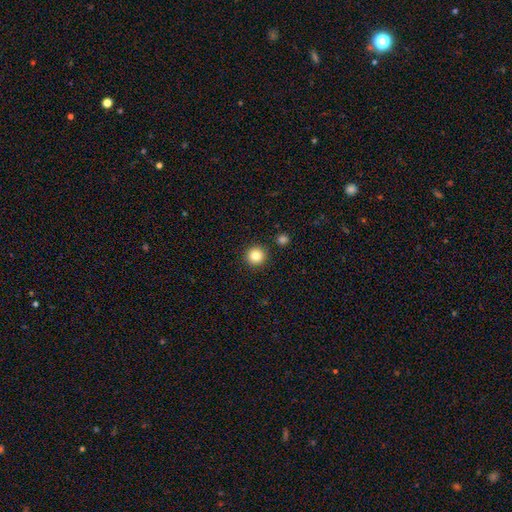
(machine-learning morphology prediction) This is clearly a smooth galaxy (84%). How rounded: clearly round (95%). Merging: clearly none (91%).